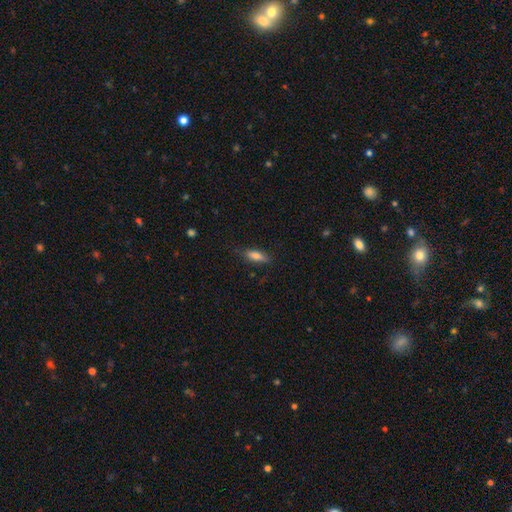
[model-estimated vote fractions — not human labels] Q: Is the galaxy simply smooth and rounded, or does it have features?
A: smooth — 78%.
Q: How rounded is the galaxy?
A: in between — 57%.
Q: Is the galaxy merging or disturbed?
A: none — 77%.